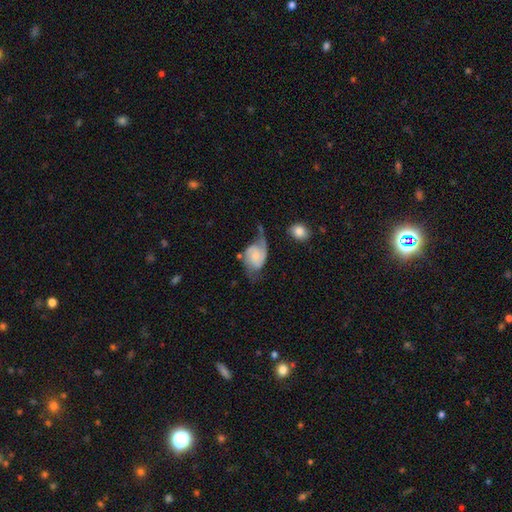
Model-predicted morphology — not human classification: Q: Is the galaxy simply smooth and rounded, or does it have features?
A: featured or disk — 71%.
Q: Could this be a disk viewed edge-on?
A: no — 97%.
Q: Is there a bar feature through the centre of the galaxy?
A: no — 61%.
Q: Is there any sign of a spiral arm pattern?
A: yes — 92%.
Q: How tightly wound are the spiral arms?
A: medium — 42%.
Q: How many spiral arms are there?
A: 2 — 78%.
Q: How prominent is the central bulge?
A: small — 53%.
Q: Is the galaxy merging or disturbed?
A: none — 38%.